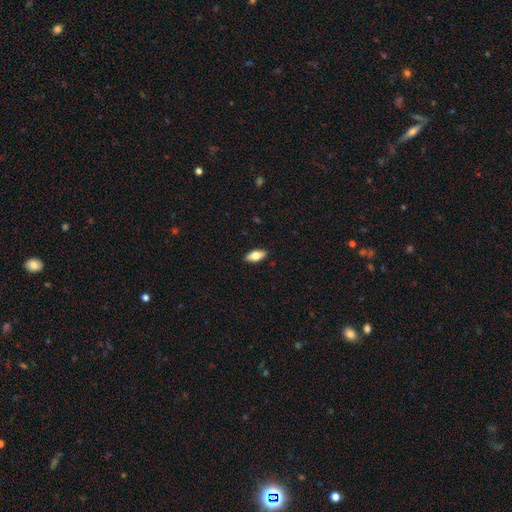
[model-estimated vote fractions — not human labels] Smooth or featured? smooth (73%)
How rounded? in between (86%)
Merging? none (89%)